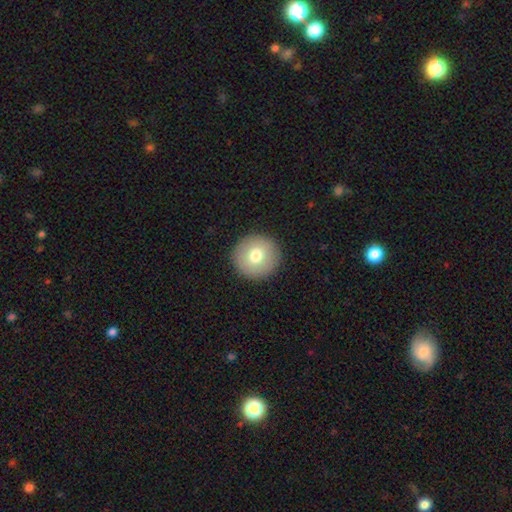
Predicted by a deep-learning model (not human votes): smooth-or-featured: smooth: 75% | featured or disk: 17% | star or artifact: 9%
  how-rounded: round: 96% | in between: 3% | cigar-shaped: 1%
  merging: none: 92% | minor disturbance: 5% | major disturbance: 2% | merger: 1%